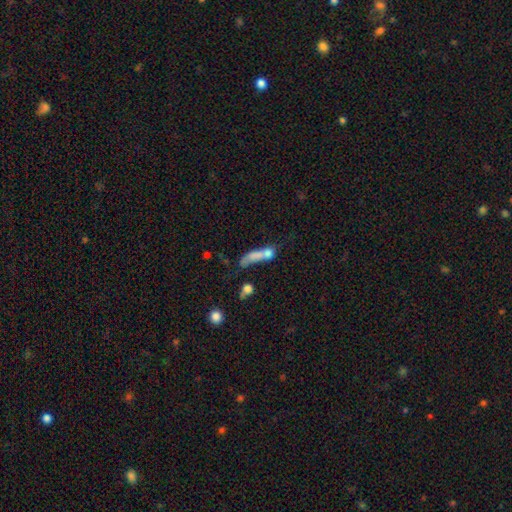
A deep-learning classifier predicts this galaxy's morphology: Q: Smooth or featured?
A: smooth (64%); runner-up: featured or disk (24%)
Q: How rounded?
A: cigar-shaped (54%); runner-up: in between (35%)
Q: Merging?
A: merger (48%); runner-up: none (22%)